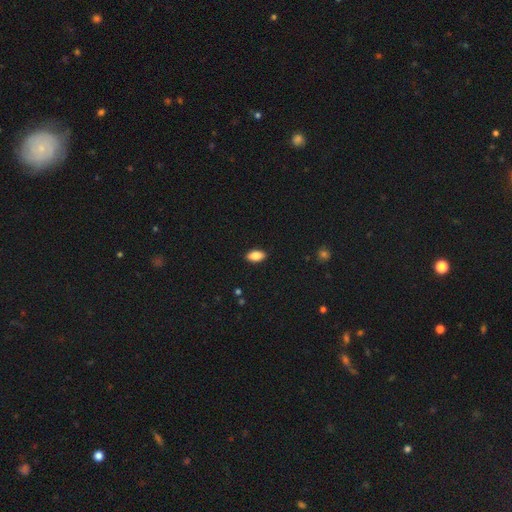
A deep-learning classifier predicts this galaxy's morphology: type=smooth (85%); roundness=in between (92%); merging=none (90%).